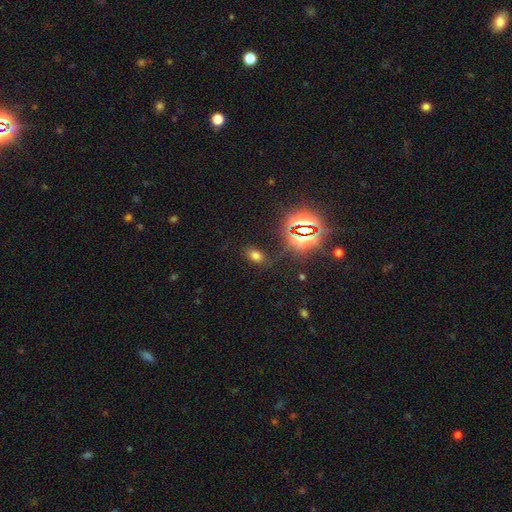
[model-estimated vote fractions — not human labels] Smooth or featured: smooth — 62% (star or artifact — 31%)
How rounded: in between — 85% (round — 12%)
Merging: none — 81% (minor disturbance — 11%)